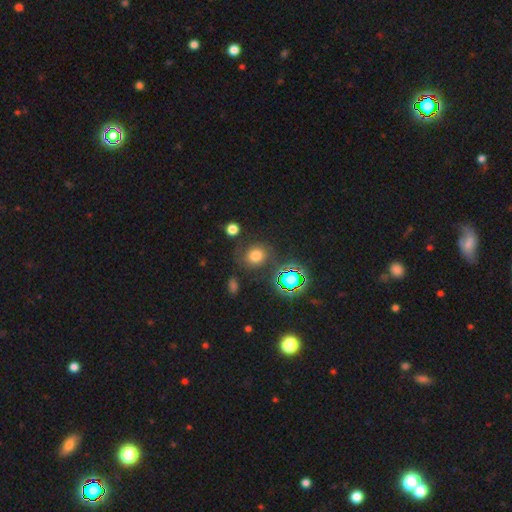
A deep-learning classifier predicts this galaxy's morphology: This appears to be a smooth galaxy with no disk features (61%) that is round (78%). Merging: none (74%).